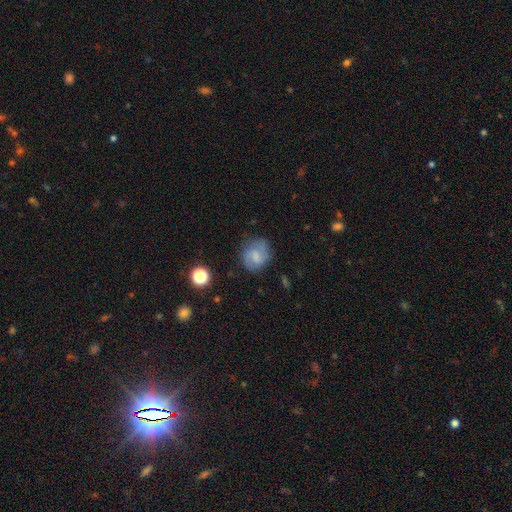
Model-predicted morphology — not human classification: The model was most divided on "smooth or featured": smooth: 59%, featured or disk: 31%, star or artifact: 10%. More confident: merging — none (68%); how rounded — round (67%).